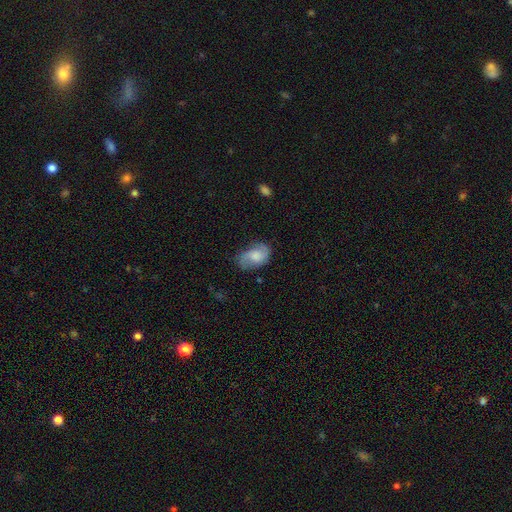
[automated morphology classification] smooth-or-featured: smooth: 46% (tied) | featured or disk: 46% (tied) | star or artifact: 8%
  merging: none: 66% | minor disturbance: 24% | major disturbance: 9% | merger: 2%